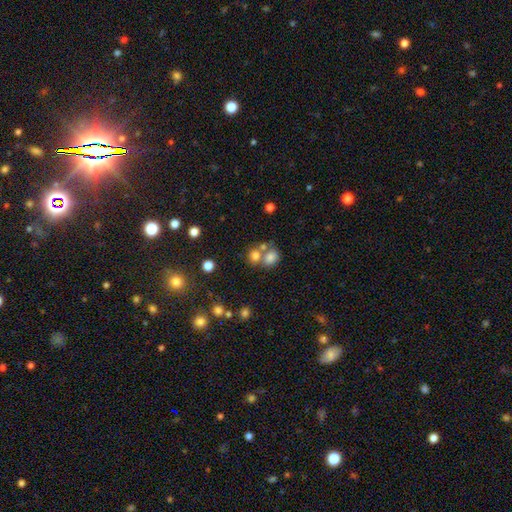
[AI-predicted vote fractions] Morphology: type=smooth (73%); roundness=round (69%); merging=merger (48%).